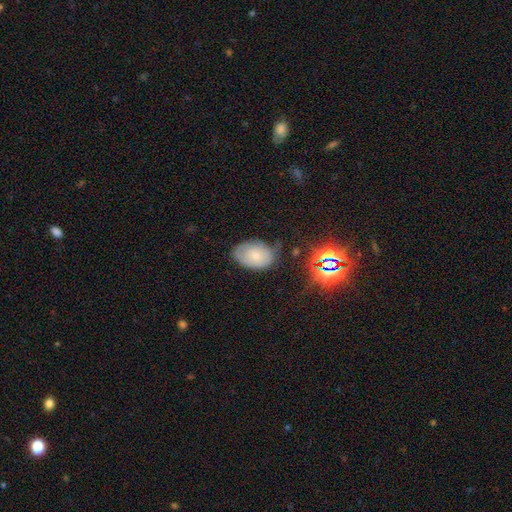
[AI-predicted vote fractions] smooth 61%, featured or disk 27%, star or artifact 13%. Down the decision tree: how rounded — in between (81%); merging — none (55%).